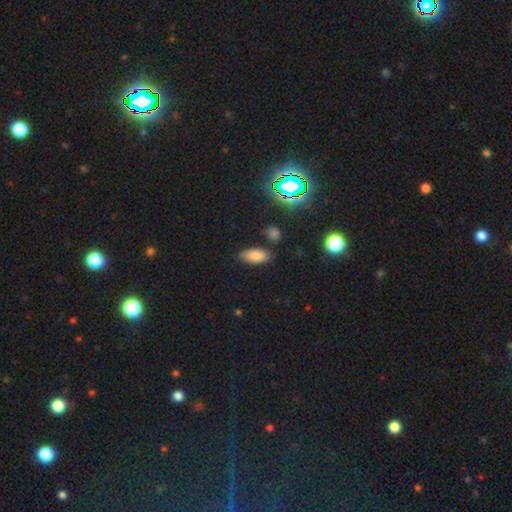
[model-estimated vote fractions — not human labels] Smooth or featured? Predicted: smooth (p=0.77). How rounded? Predicted: in between (p=0.87). Merging? Predicted: none (p=0.79).